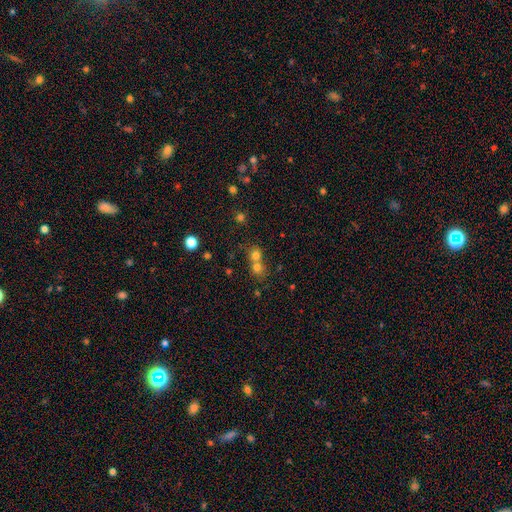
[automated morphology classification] Smooth or featured? Predicted: smooth (p=0.72). How rounded? Predicted: round (p=0.82). Merging? Predicted: merger (p=0.56).